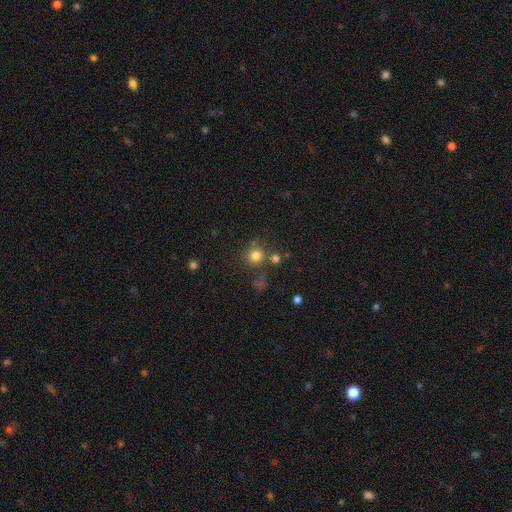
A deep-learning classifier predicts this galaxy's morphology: Smooth or featured?
  - smooth: 78% *
  - star or artifact: 15%
  - featured or disk: 7%
How rounded?
  - round: 92% *
  - in between: 7%
  - cigar-shaped: 1%
Merging?
  - none: 73% *
  - merger: 13%
  - minor disturbance: 10%
  - major disturbance: 5%